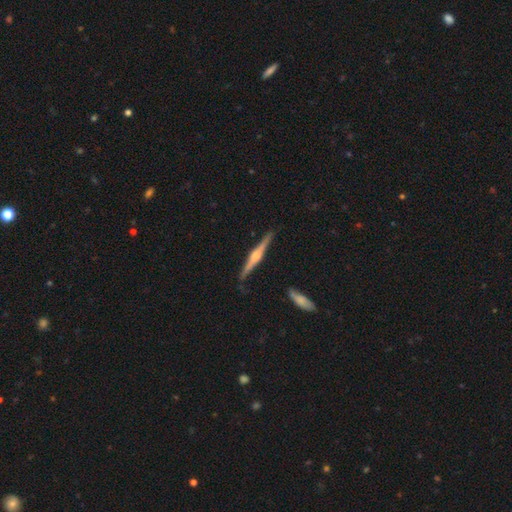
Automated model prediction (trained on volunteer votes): Smooth or featured? Predicted: featured or disk (p=0.78). Edge-on disk? Predicted: yes (p=0.98). Edge-on bulge? Predicted: rounded (p=0.85). Merging? Predicted: none (p=0.89).